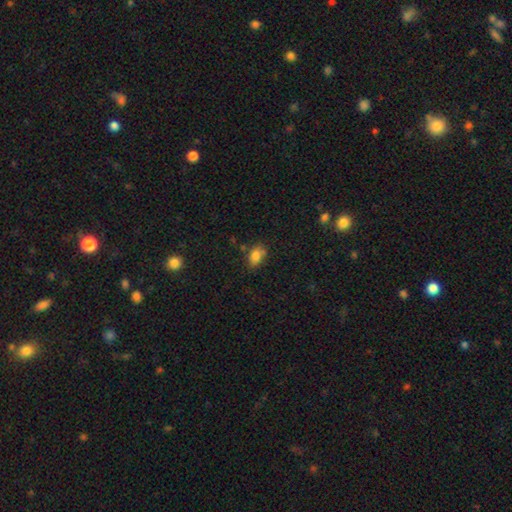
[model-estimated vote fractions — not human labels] Smooth or featured: smooth — 81% (star or artifact — 11%)
How rounded: in between — 80% (round — 18%)
Merging: none — 60% (minor disturbance — 25%)